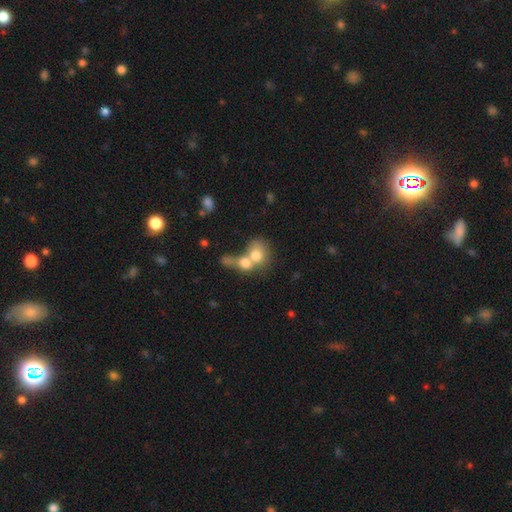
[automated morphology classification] Smooth or featured? smooth (72%)
How rounded? round (53%)
Merging? merger (72%)